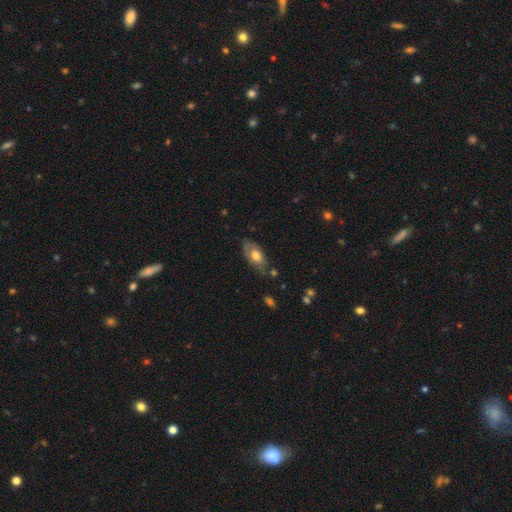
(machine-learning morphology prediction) This appears to be a smooth galaxy with no disk features (59%) that is in between round and cigar-shaped (88%). Merging: none (63%).